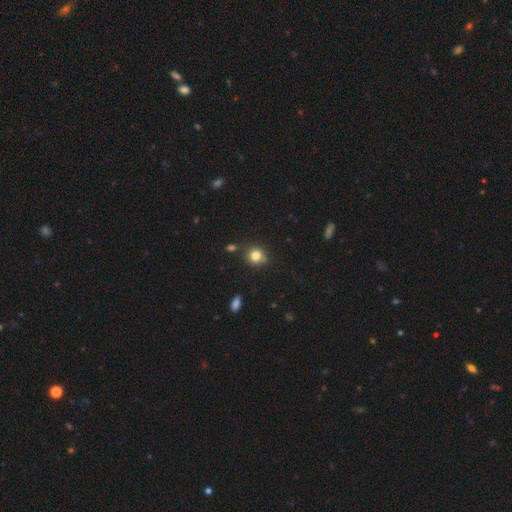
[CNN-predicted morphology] The model was most divided on "merging": none: 76%, minor disturbance: 13%, merger: 8%, major disturbance: 3%. More confident: how rounded — round (86%); smooth or featured — smooth (81%).